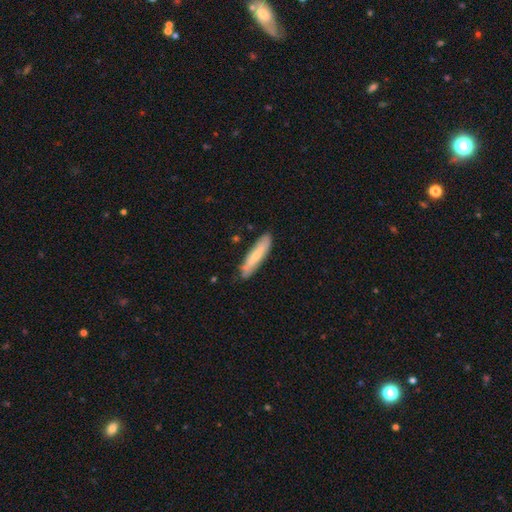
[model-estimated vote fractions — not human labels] smooth_or_featured: smooth (p=0.63) [alt: featured or disk p=0.31]
how_rounded: cigar-shaped (p=0.82) [alt: in between p=0.16]
merging: none (p=0.81) [alt: minor disturbance p=0.15]